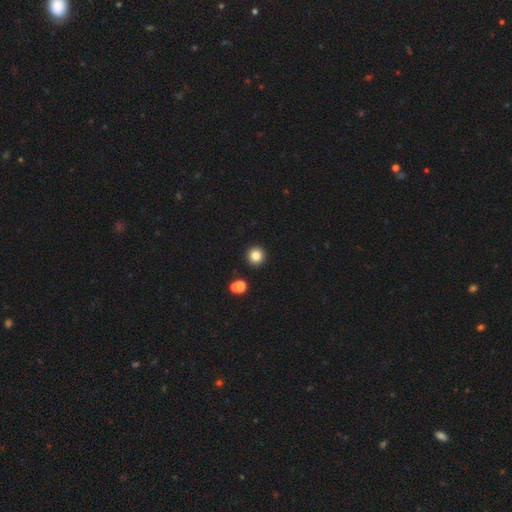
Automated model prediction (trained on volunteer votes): Smooth or featured? smooth (82%)
How rounded? round (95%)
Merging? none (91%)